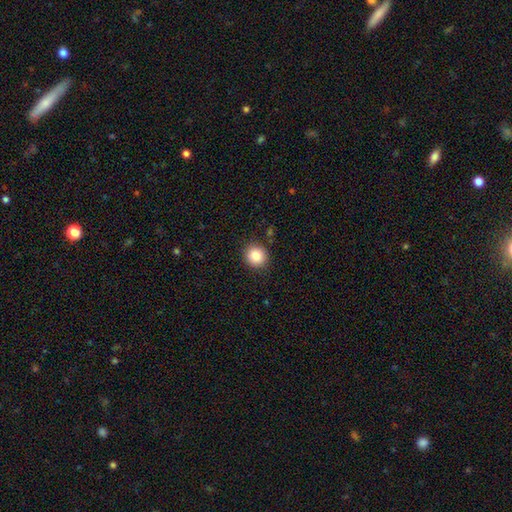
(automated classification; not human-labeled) The model was most divided on "smooth or featured": smooth: 85%, star or artifact: 10%, featured or disk: 6%. More confident: merging — none (90%); how rounded — round (88%).